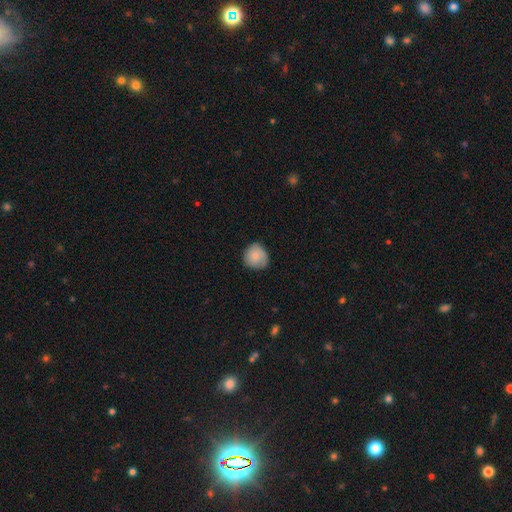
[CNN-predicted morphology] Overall: smooth (78%). How rounded: round (88%). Merging: none (75%).